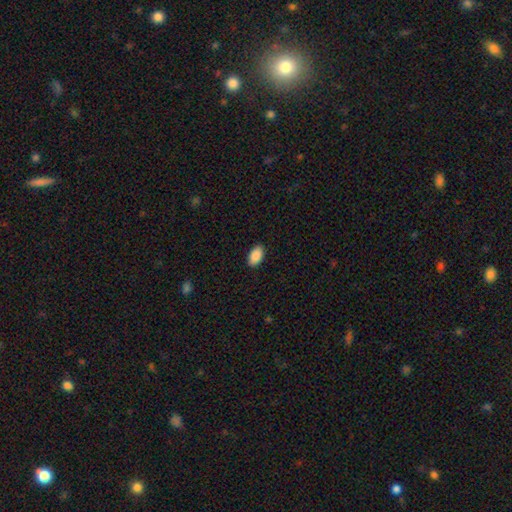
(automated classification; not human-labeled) smooth_or_featured: smooth (p=0.89) [alt: star or artifact p=0.07]
how_rounded: in between (p=0.94) [alt: round p=0.04]
merging: none (p=0.89) [alt: minor disturbance p=0.08]